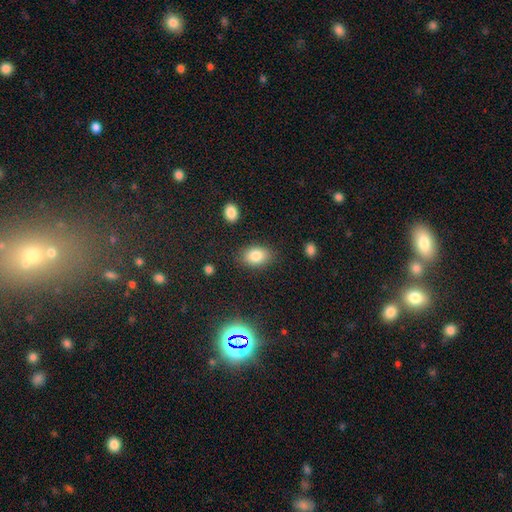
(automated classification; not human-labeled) A smooth galaxy with no disk features (84%) that is in between round and cigar-shaped (83%). Merging: none (83%).